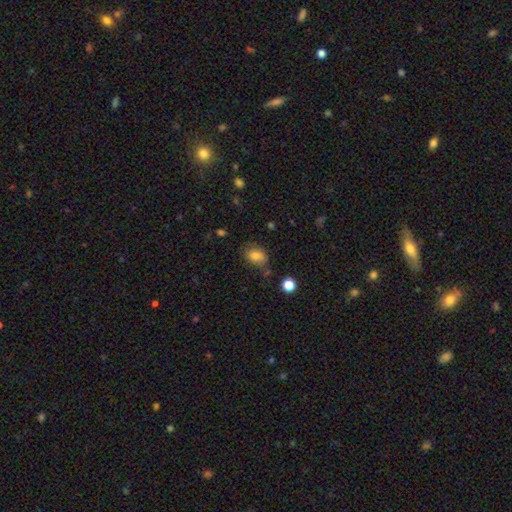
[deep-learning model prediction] The model was most divided on "merging": none: 63%, minor disturbance: 24%, major disturbance: 7%, merger: 6%. More confident: smooth or featured — smooth (80%); how rounded — in between (74%).